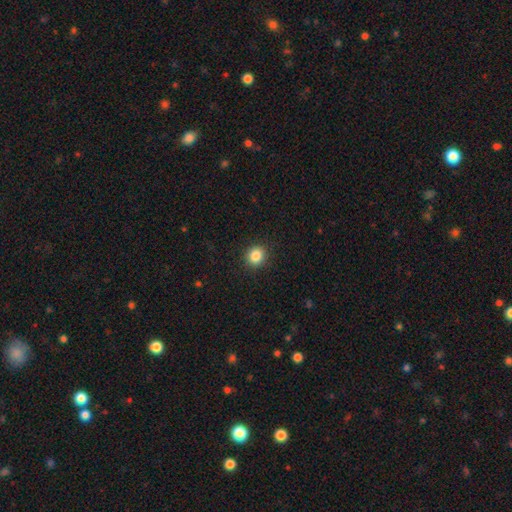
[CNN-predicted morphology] A smooth galaxy with no disk features (86%) that is round (82%). Merging: none (91%).